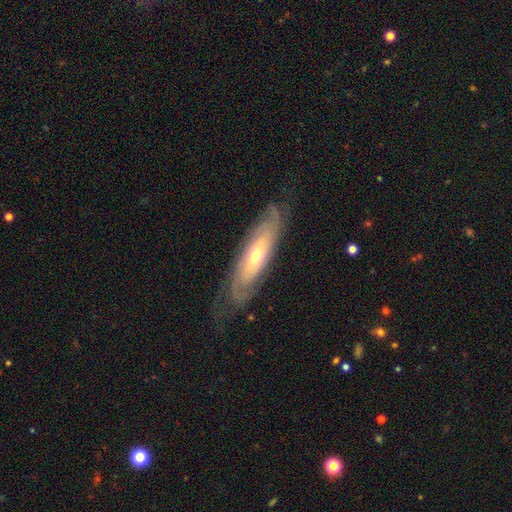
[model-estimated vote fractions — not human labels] Smooth or featured? Predicted: featured or disk (p=0.73). Edge-on disk? Predicted: no (p=0.71). Bar? Predicted: no (p=0.74). Spiral arms? Predicted: yes (p=0.82). Bulge size? Predicted: small (p=0.53). Merging? Predicted: none (p=0.71).